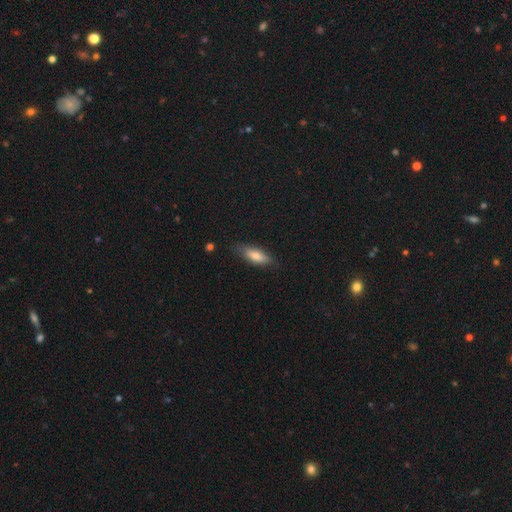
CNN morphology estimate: smooth-or-featured: smooth: 75% | featured or disk: 19% | star or artifact: 7%
  how-rounded: in between: 59% | cigar-shaped: 39% | round: 2%
  merging: none: 79% | minor disturbance: 17% | major disturbance: 3% | merger: 1%